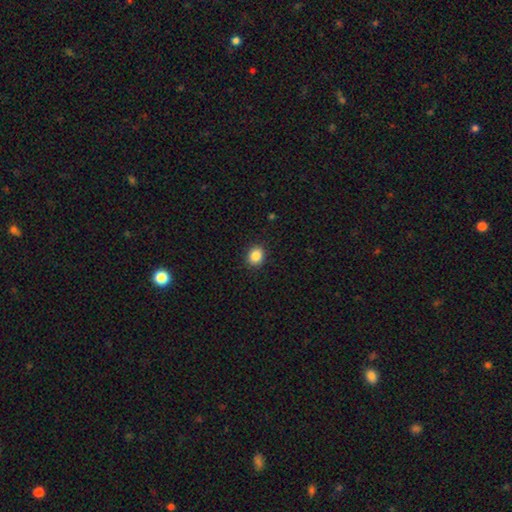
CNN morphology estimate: Smooth or featured? smooth (86%)
How rounded? round (67%)
Merging? none (91%)